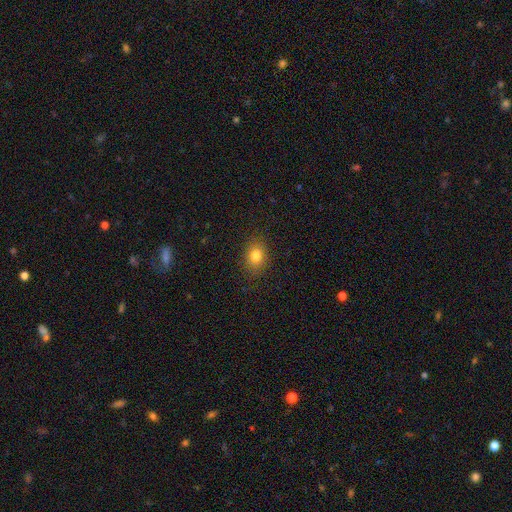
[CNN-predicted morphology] The model was most divided on "how rounded": in between: 53%, round: 46%, cigar-shaped: 1%. More confident: merging — none (86%); smooth or featured — smooth (81%).